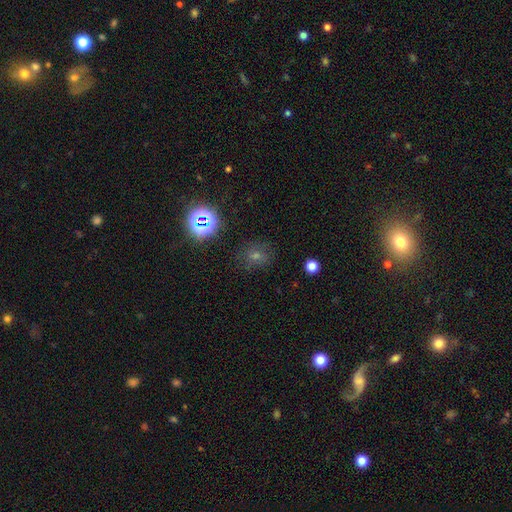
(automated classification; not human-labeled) The model was most divided on "smooth or featured": smooth: 46%, star or artifact: 40%, featured or disk: 13%. More confident: merging — none (82%).